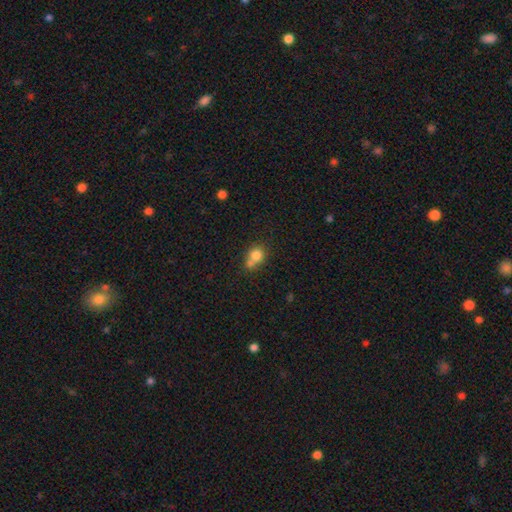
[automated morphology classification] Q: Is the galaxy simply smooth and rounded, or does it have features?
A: smooth — 78%.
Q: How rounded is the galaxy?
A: round — 76%.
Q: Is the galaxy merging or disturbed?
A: merger — 49%.